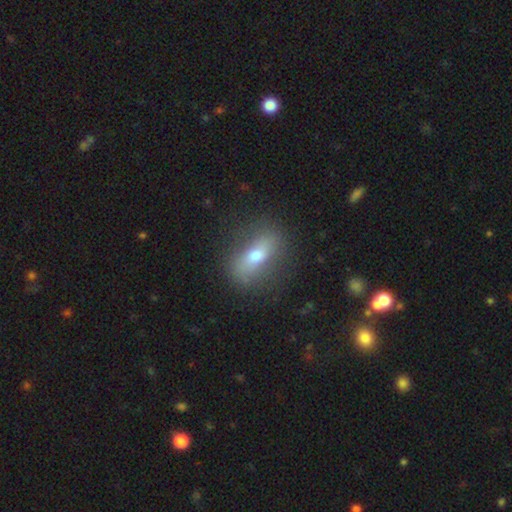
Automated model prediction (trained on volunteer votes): This is possibly a smooth galaxy (56%). How rounded: likely in between (70%). Merging: likely none (79%).